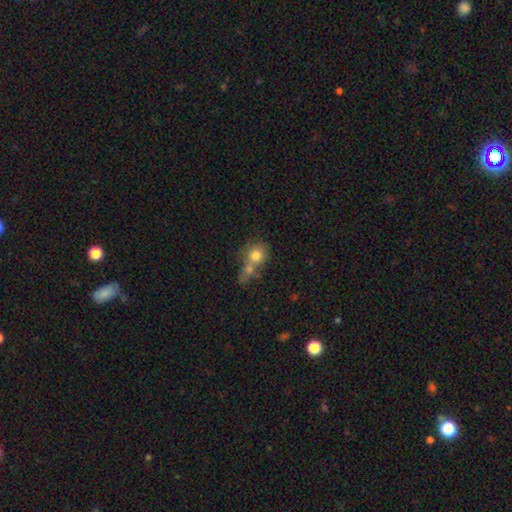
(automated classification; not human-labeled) This is likely a smooth galaxy (75%). How rounded: likely round (75%). Merging: possibly merger (56%).